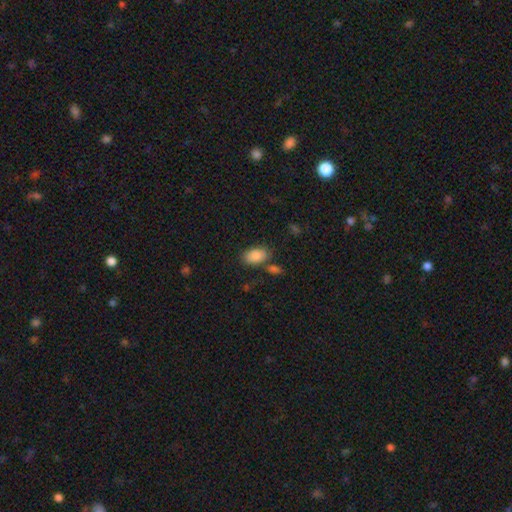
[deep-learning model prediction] Smooth or featured? smooth (87%)
How rounded? in between (92%)
Merging? none (73%)